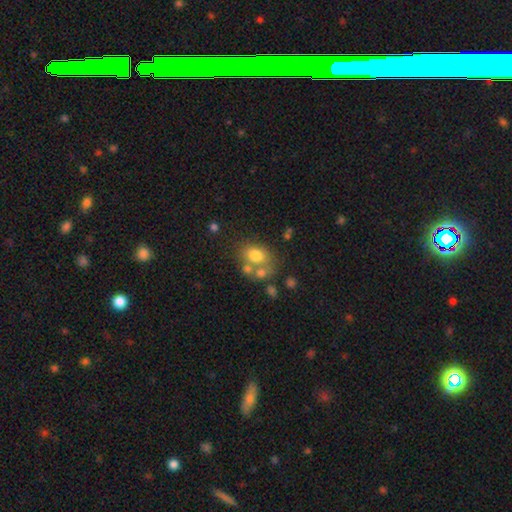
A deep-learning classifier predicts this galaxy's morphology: Smooth or featured: smooth — 71% (featured or disk — 17%)
How rounded: in between — 57% (round — 42%)
Merging: none — 49% (merger — 29%)